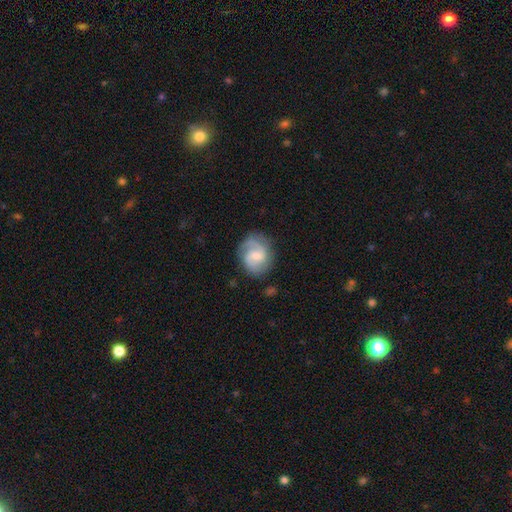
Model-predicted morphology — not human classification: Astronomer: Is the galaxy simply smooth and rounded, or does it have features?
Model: featured or disk — 72%.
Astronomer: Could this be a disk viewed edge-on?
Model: no — 98%.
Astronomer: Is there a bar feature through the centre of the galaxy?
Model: weak — 52% (runner-up: no, 40%).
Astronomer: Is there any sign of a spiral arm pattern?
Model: yes — 94%.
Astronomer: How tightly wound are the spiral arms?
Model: medium — 49% (runner-up: tight, 27%).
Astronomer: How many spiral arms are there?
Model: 2 — 74%.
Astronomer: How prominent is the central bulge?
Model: small — 51% (runner-up: moderate, 39%).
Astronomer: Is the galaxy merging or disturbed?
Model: none — 72%.